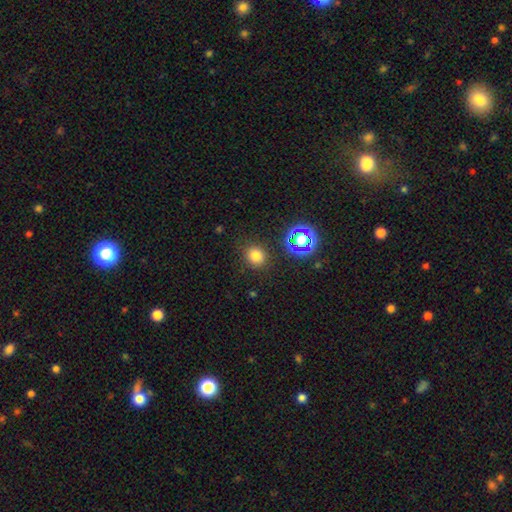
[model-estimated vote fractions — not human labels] Smooth or featured? smooth (74%)
How rounded? round (83%)
Merging? none (86%)